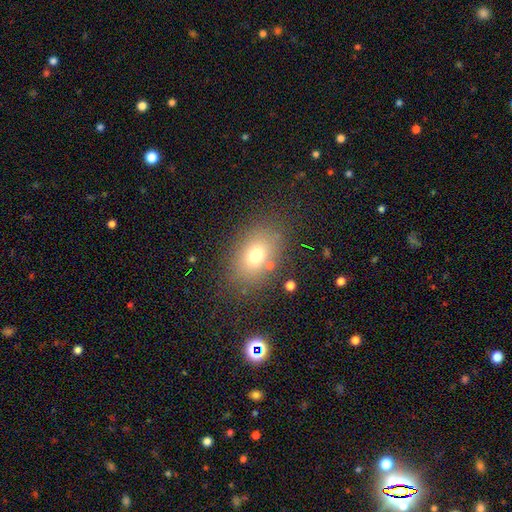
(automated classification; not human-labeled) Smooth or featured? Predicted: smooth (p=0.72). How rounded? Predicted: in between (p=0.73). Merging? Predicted: none (p=0.81).